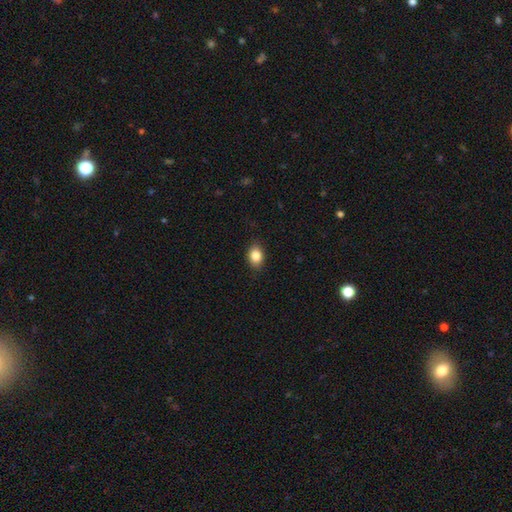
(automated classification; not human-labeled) This appears to be a smooth galaxy with no disk features (85%) that is in between round and cigar-shaped (69%). Merging: none (86%).